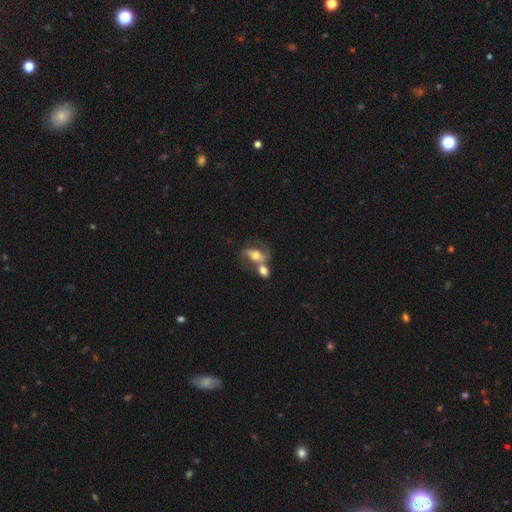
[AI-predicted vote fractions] A featured or disk galaxy (61%) with no bar (42%), spiral arms (80%) and a moderate central bulge (66%).

Vote fractions:
- Smooth or featured? featured or disk: 61% / smooth: 31% / star or artifact: 9%
- Edge-on disk? no: 94% / yes: 6%
- Bar? no: 42% / weak: 34% / strong: 24%
- Spiral arms? yes: 80% / no: 20%
- Bulge size? moderate: 66% / large: 17% / small: 13% / dominant: 2% / none: 2%
- Merging? merger: 45% / none: 35% / minor disturbance: 12% / major disturbance: 8%